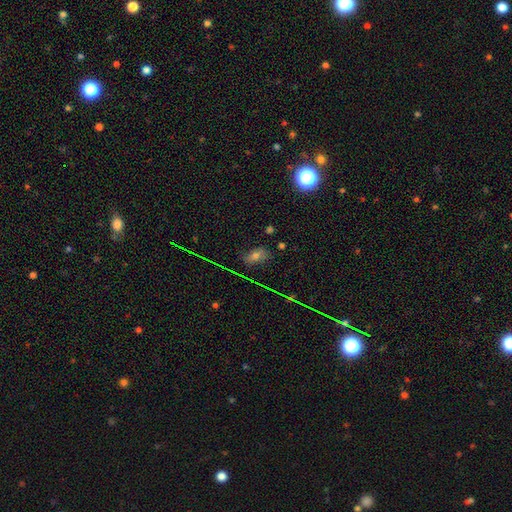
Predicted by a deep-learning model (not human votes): Morphology: type=smooth (57%); roundness=in between (83%); merging=none (71%).